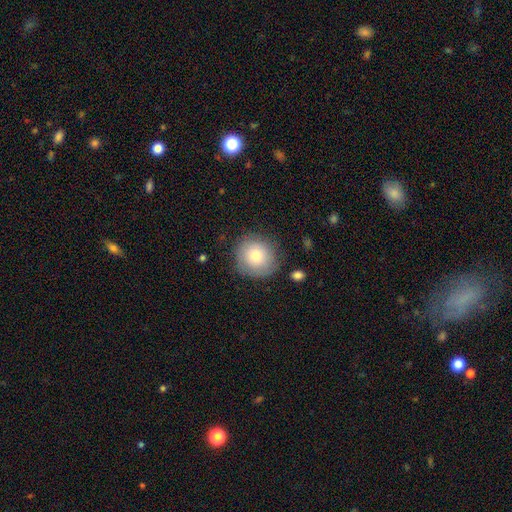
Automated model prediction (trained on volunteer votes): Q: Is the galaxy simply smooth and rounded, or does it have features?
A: smooth — 78%.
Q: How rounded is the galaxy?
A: round — 92%.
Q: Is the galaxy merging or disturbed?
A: none — 80%.